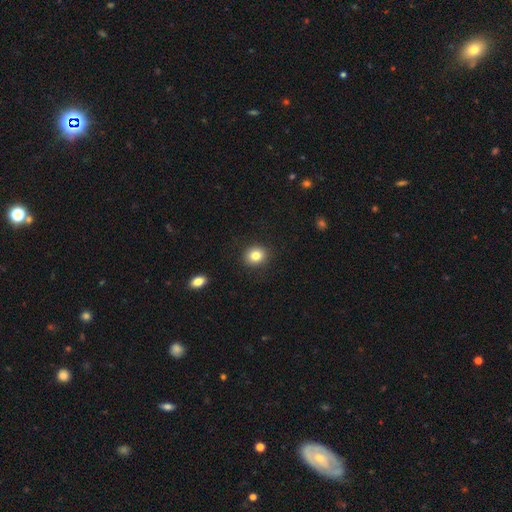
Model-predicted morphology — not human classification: Overall: smooth (82%). How rounded: round (77%). Merging: none (90%).